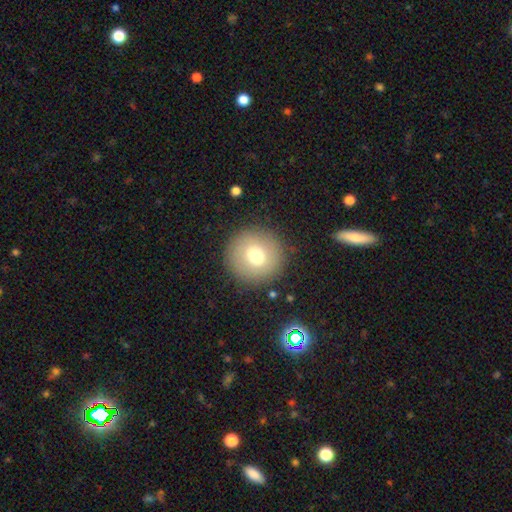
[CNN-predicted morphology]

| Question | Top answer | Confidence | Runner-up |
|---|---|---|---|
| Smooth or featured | smooth | 71% | featured or disk (18%) |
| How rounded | round | 96% | in between (3%) |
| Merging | none | 89% | minor disturbance (7%) |